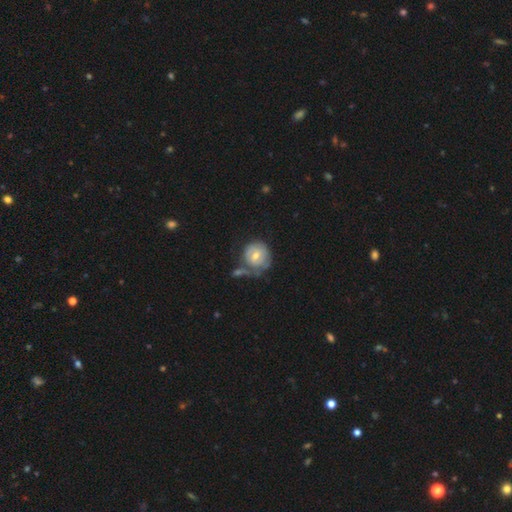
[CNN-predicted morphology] Smooth or featured?
  - smooth: 50% *
  - featured or disk: 43%
  - star or artifact: 7%
How rounded?
  - round: 88% *
  - in between: 11%
  - cigar-shaped: 1%
Merging?
  - none: 45% *
  - merger: 23%
  - minor disturbance: 21%
  - major disturbance: 11%